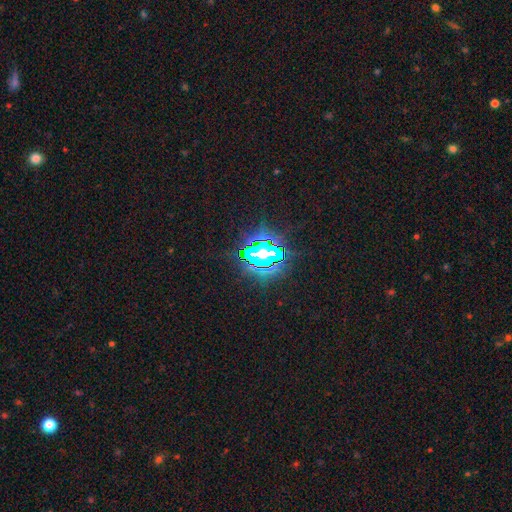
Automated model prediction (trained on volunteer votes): Smooth or featured: star or artifact — 78% (smooth — 13%)